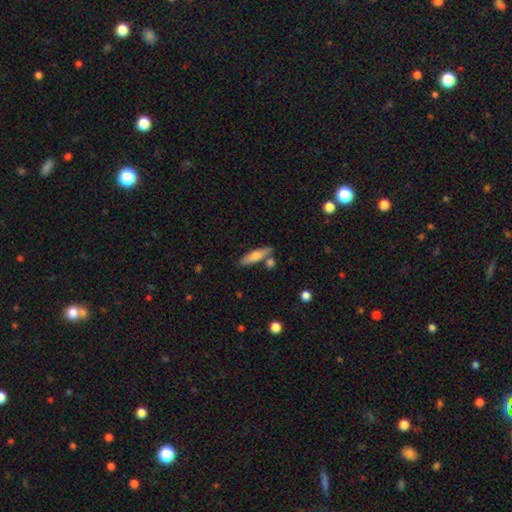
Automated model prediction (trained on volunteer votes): This is likely a smooth galaxy (66%). How rounded: likely cigar-shaped (64%). Merging: likely none (69%).